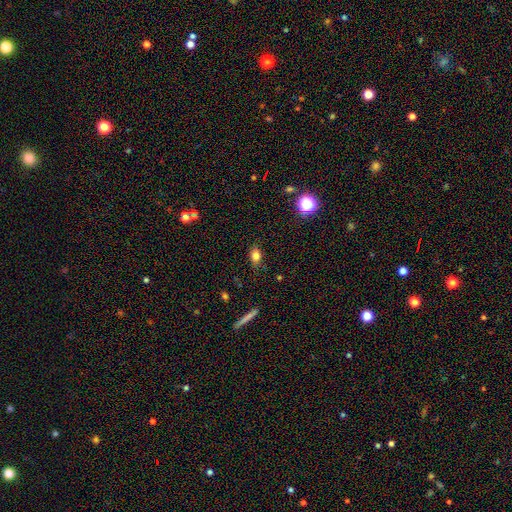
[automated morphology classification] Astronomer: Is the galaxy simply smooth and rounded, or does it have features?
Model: smooth — 77%.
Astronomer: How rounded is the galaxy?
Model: in between — 72%.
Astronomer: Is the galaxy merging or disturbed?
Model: none — 81%.